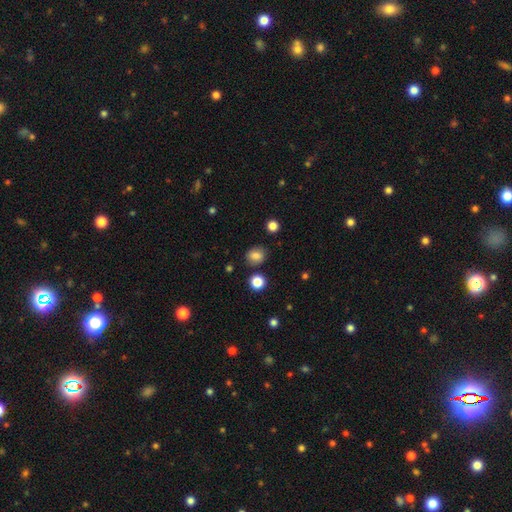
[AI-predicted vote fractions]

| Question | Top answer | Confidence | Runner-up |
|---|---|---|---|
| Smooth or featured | smooth | 83% | star or artifact (12%) |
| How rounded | round | 60% | in between (39%) |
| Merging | none | 84% | minor disturbance (10%) |